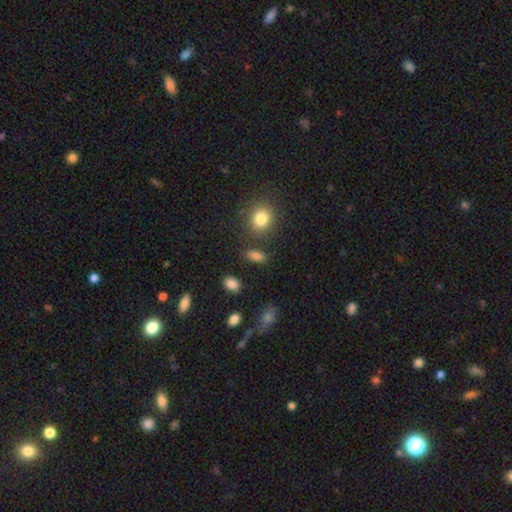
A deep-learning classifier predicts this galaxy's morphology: Overall: smooth (83%). How rounded: in between (78%). Merging: none (78%).